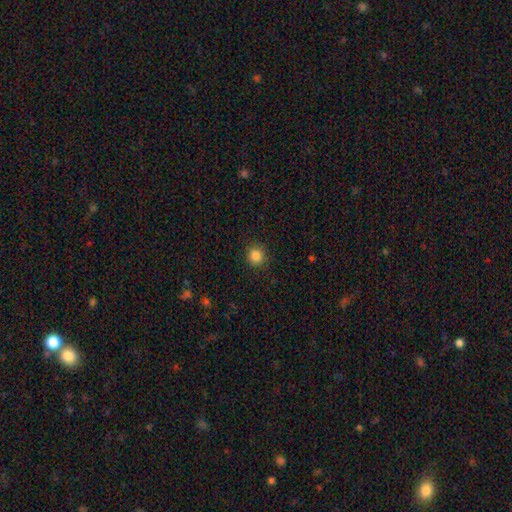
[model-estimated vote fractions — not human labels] smooth_or_featured: smooth (p=0.85) [alt: star or artifact p=0.11]
how_rounded: round (p=0.92) [alt: in between p=0.07]
merging: none (p=0.90) [alt: minor disturbance p=0.07]